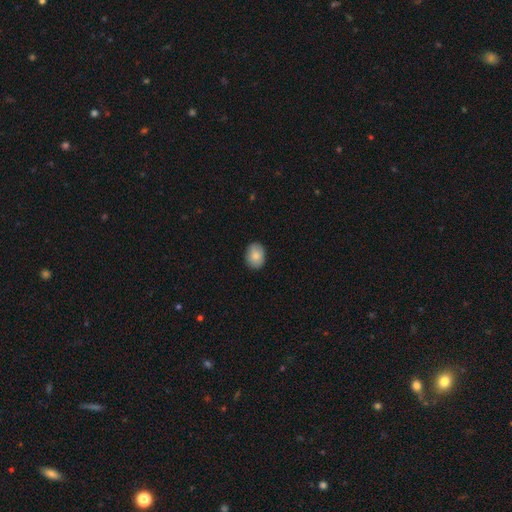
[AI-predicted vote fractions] The model was most divided on "how rounded": in between: 60%, round: 39%, cigar-shaped: 1%. More confident: merging — none (87%); smooth or featured — smooth (86%).